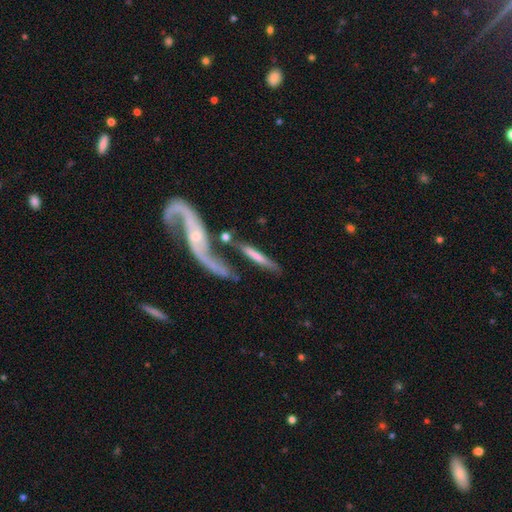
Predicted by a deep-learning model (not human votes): Overall: smooth (53%; featured or disk 41%). How rounded: cigar-shaped (86%). Merging: none (41%; merger 34%).